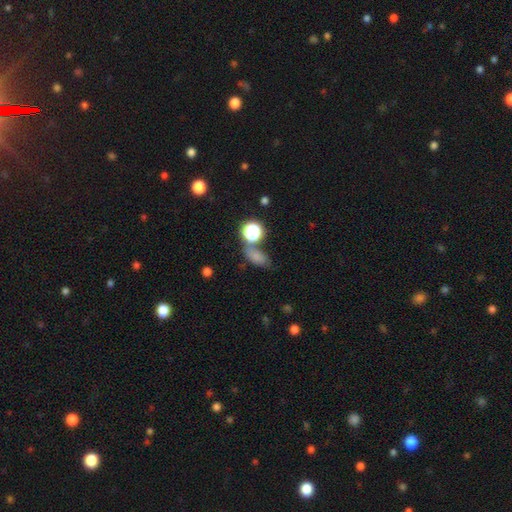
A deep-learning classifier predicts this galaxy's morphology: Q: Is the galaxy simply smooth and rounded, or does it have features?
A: smooth — 72%.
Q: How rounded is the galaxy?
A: in between — 71%.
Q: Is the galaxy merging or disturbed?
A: none — 55%.